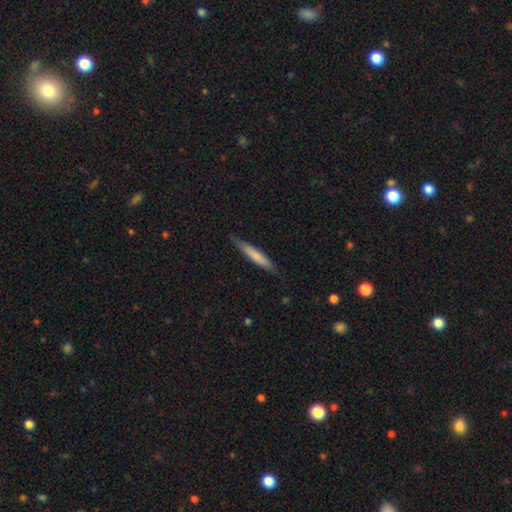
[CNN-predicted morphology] smooth_or_featured: smooth (p=0.71) [alt: featured or disk p=0.24]
how_rounded: cigar-shaped (p=0.92) [alt: in between p=0.07]
merging: none (p=0.82) [alt: minor disturbance p=0.15]